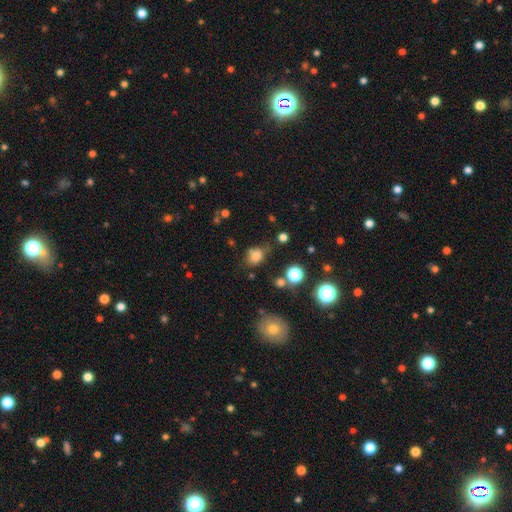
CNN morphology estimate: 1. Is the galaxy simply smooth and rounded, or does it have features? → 75% smooth, 16% star or artifact, 8% featured or disk.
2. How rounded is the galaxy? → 57% in between, 41% round, 1% cigar-shaped.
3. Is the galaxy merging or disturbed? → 54% none, 27% minor disturbance, 10% major disturbance, 8% merger.